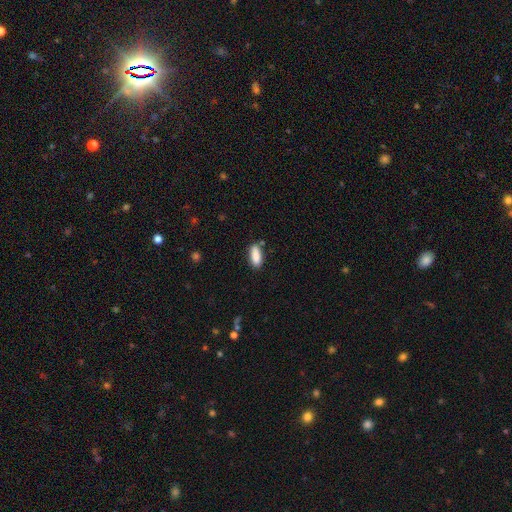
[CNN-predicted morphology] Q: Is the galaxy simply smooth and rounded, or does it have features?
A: smooth — 87%.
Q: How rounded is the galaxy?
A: in between — 73%.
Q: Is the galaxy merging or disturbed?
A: none — 81%.